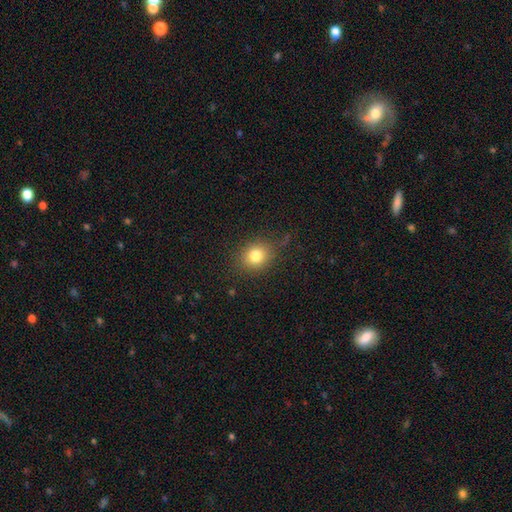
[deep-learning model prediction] smooth 79%, star or artifact 12%, featured or disk 9%. Down the decision tree: how rounded — round (70%); merging — none (80%).